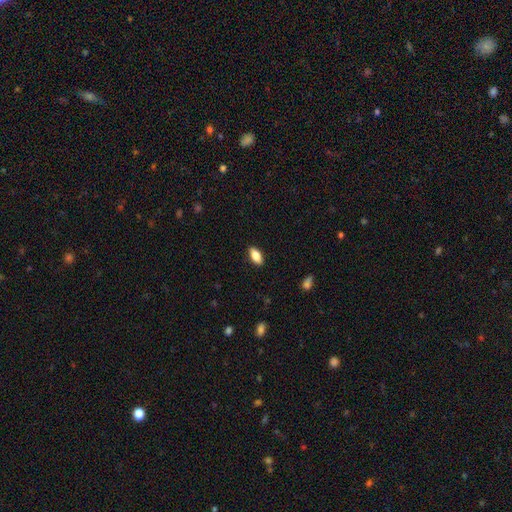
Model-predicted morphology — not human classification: The model was most divided on "smooth or featured": smooth: 83%, featured or disk: 10%, star or artifact: 7%. More confident: merging — none (88%); how rounded — in between (86%).